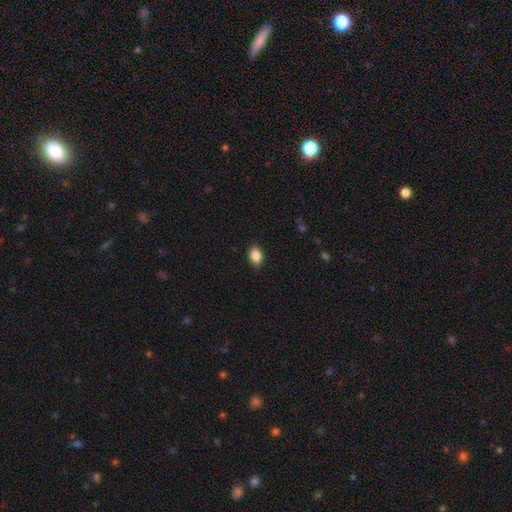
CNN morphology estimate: Smooth or featured? Predicted: smooth (p=0.87). How rounded? Predicted: in between (p=0.77). Merging? Predicted: none (p=0.88).